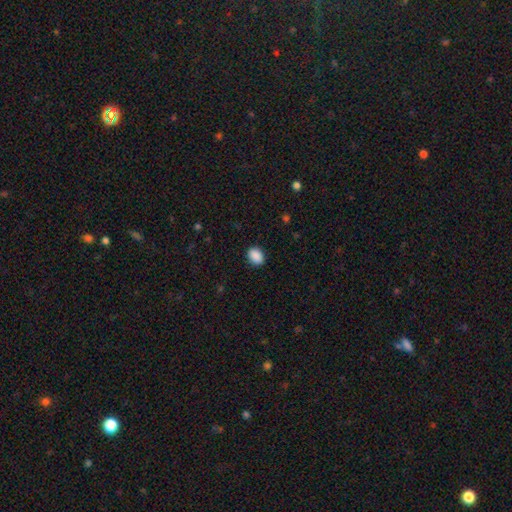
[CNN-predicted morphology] smooth_or_featured: smooth (p=0.90) [alt: star or artifact p=0.08]
how_rounded: in between (p=0.64) [alt: round p=0.35]
merging: none (p=0.88) [alt: minor disturbance p=0.08]